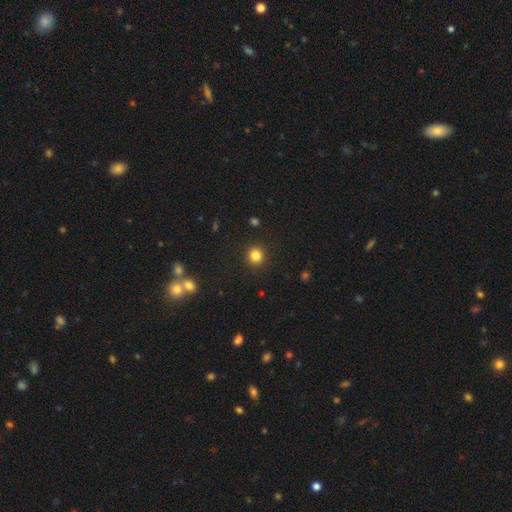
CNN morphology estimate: smooth-or-featured: smooth: 83% | star or artifact: 12% | featured or disk: 5%
  how-rounded: round: 91% | in between: 8% | cigar-shaped: 1%
  merging: none: 91% | minor disturbance: 6% | major disturbance: 2% | merger: 1%